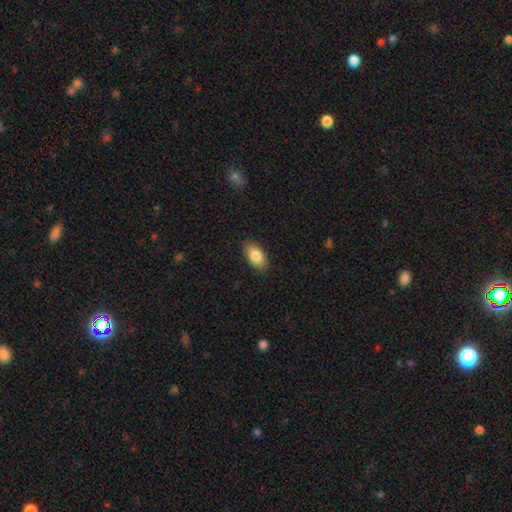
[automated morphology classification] This is clearly a smooth galaxy (84%). How rounded: clearly in between (93%). Merging: clearly none (87%).